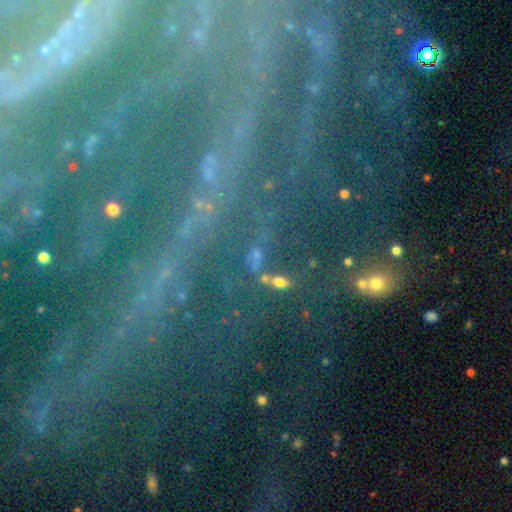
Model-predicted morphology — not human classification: Q: Smooth or featured?
A: star or artifact (47%); runner-up: smooth (31%)